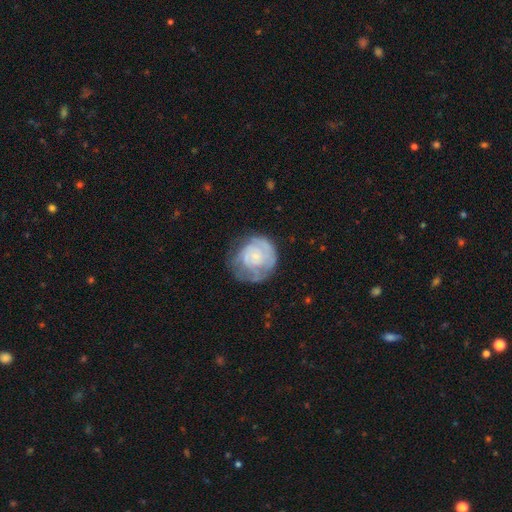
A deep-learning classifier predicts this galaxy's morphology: Smooth or featured? featured or disk (65%)
Edge-on disk? no (98%)
Bar? no (79%)
Spiral arms? yes (78%)
Bulge size? small (64%)
Merging? none (57%)